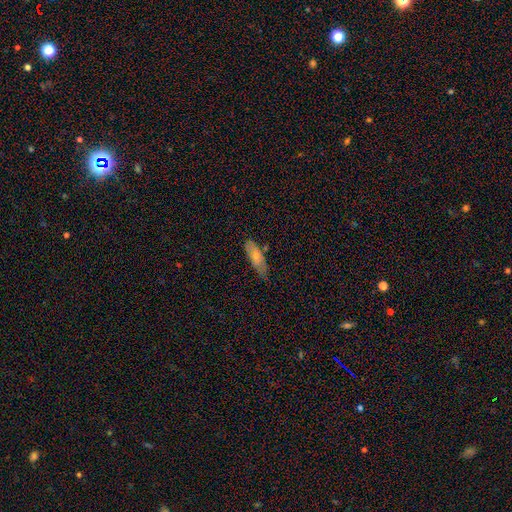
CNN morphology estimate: A smooth galaxy with no disk features (53%) that is in between round and cigar-shaped (52%). Merging: none (72%).